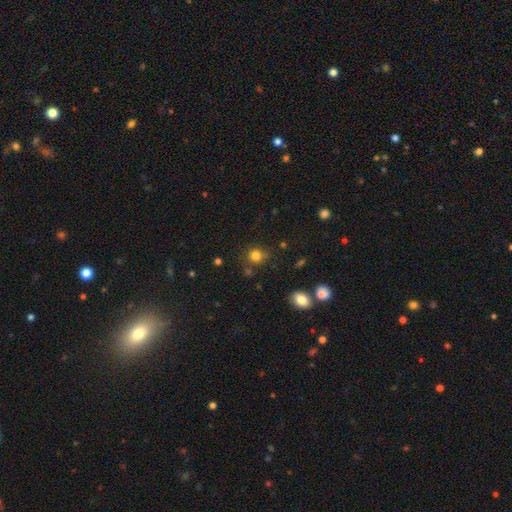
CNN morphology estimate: Smooth or featured?
  - smooth: 81% *
  - star or artifact: 13%
  - featured or disk: 6%
How rounded?
  - round: 85% *
  - in between: 14%
  - cigar-shaped: 1%
Merging?
  - none: 74% *
  - minor disturbance: 15%
  - merger: 6%
  - major disturbance: 5%